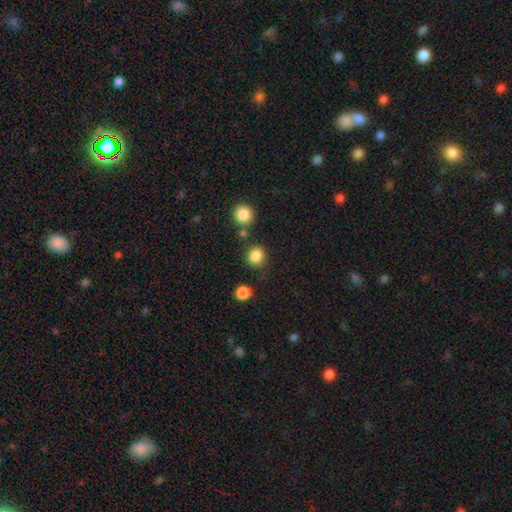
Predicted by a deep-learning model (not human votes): Q: Smooth or featured?
A: smooth (85%); runner-up: star or artifact (11%)
Q: How rounded?
A: round (72%); runner-up: in between (27%)
Q: Merging?
A: none (77%); runner-up: minor disturbance (11%)